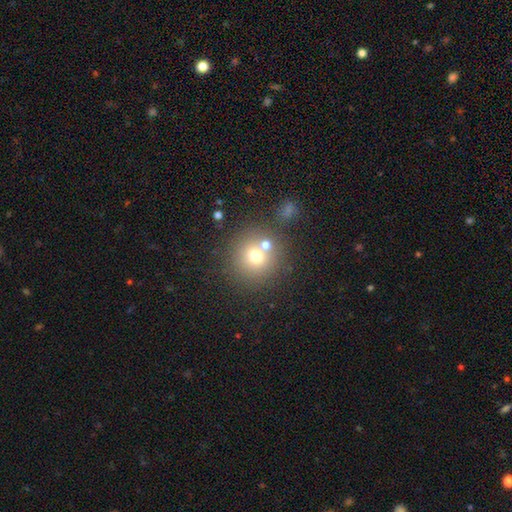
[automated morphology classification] Q: Smooth or featured?
A: smooth (69%); runner-up: featured or disk (16%)
Q: How rounded?
A: round (91%); runner-up: in between (8%)
Q: Merging?
A: none (63%); runner-up: merger (24%)